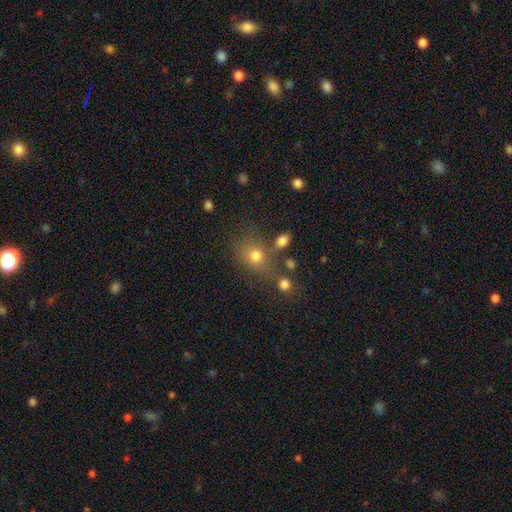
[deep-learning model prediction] This is likely a smooth galaxy (73%). How rounded: possibly round (55%). Merging: possibly none (56%).